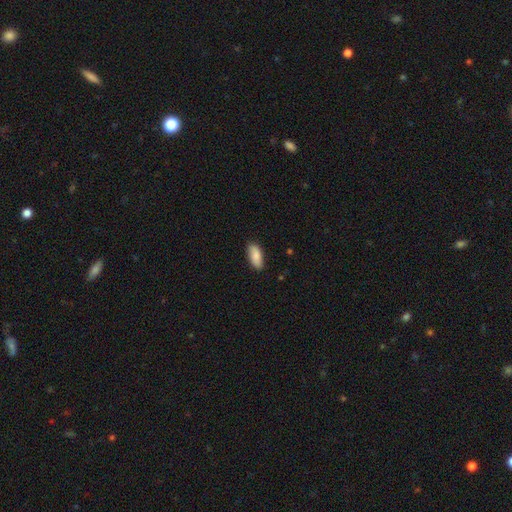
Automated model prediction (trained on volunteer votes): A smooth galaxy with no disk features (86%) that is in between round and cigar-shaped (87%).

Vote fractions:
- Smooth or featured? smooth: 86% / featured or disk: 8% / star or artifact: 6%
- How rounded? in between: 87% / cigar-shaped: 11% / round: 2%
- Merging? none: 87% / minor disturbance: 10% / major disturbance: 2% / merger: 1%